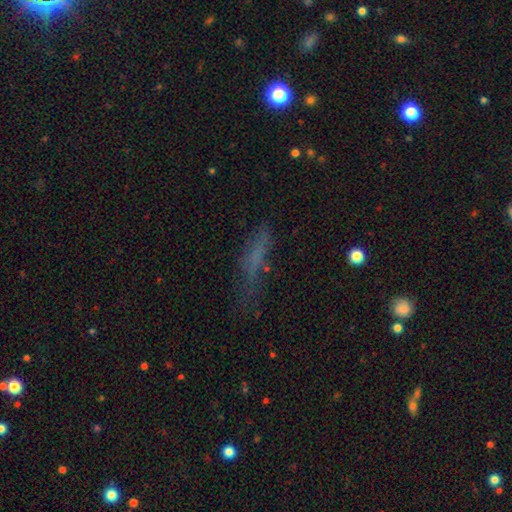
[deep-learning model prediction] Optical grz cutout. It shows a smooth galaxy with no disk features (52%) that is cigar-shaped (69%). Merging: none (53%).